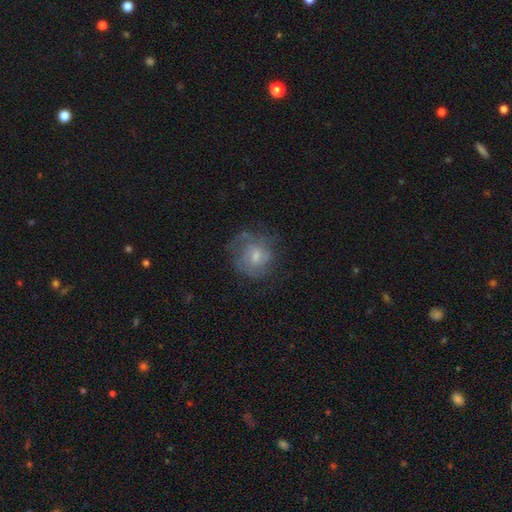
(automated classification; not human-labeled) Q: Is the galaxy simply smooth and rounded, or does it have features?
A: featured or disk — 53%.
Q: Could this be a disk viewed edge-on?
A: no — 97%.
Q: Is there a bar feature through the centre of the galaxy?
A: no — 64%.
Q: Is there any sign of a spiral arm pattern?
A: yes — 74%.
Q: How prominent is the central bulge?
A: small — 45%.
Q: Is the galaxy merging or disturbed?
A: none — 63%.